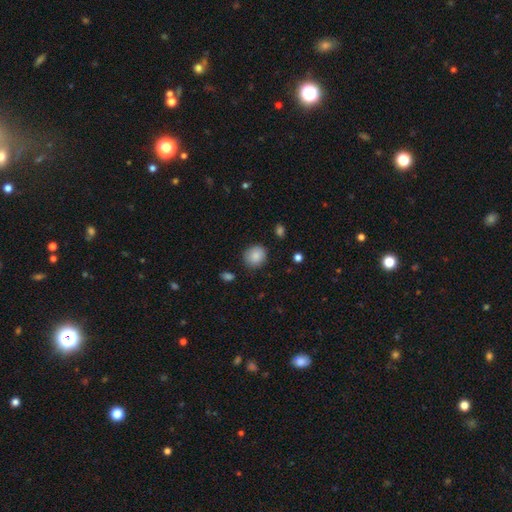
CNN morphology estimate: type=smooth (87%); roundness=round (76%); merging=none (83%).